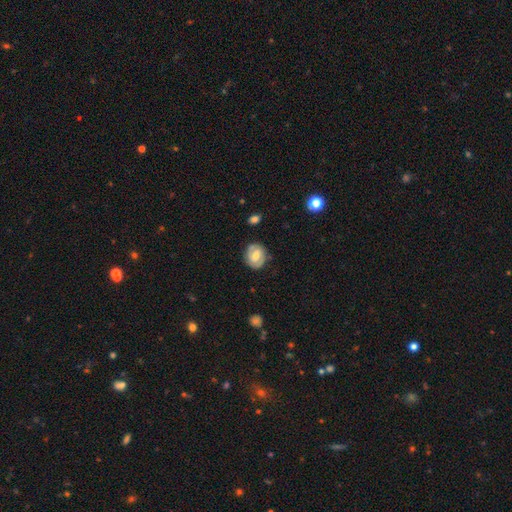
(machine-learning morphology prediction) A featured or disk galaxy (55%) with a weak bar (48%), spiral arms (78%) and a moderate central bulge (58%). Merging: none (78%).